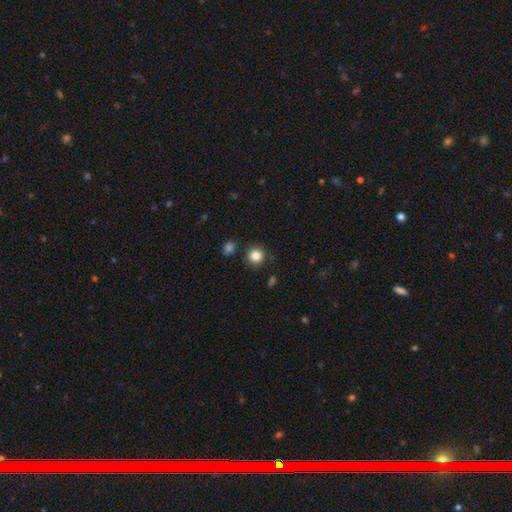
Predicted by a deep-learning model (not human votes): Smooth or featured?
  - smooth: 85% *
  - star or artifact: 11%
  - featured or disk: 4%
How rounded?
  - round: 92% *
  - in between: 7%
  - cigar-shaped: 1%
Merging?
  - none: 87% *
  - minor disturbance: 7%
  - merger: 4%
  - major disturbance: 2%